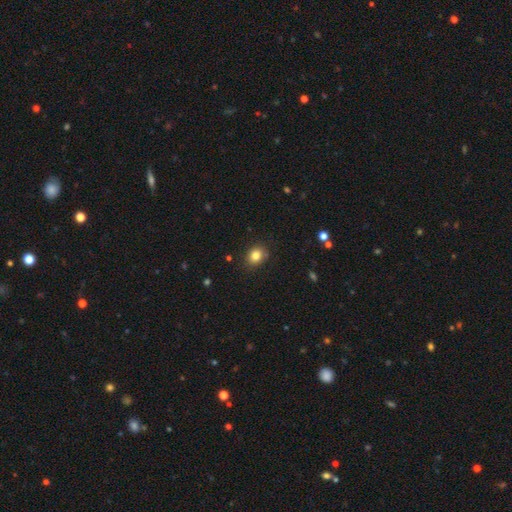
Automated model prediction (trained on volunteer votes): Morphology: type=smooth (83%); roundness=round (57%); merging=none (83%).